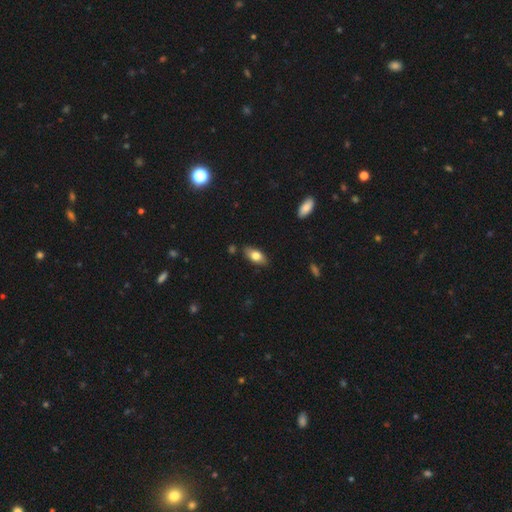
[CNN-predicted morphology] A smooth galaxy with no disk features (74%) that is in between round and cigar-shaped (86%).

Vote fractions:
- Smooth or featured? smooth: 74% / featured or disk: 19% / star or artifact: 7%
- How rounded? in between: 86% / cigar-shaped: 11% / round: 4%
- Merging? none: 84% / minor disturbance: 12% / major disturbance: 2% / merger: 2%